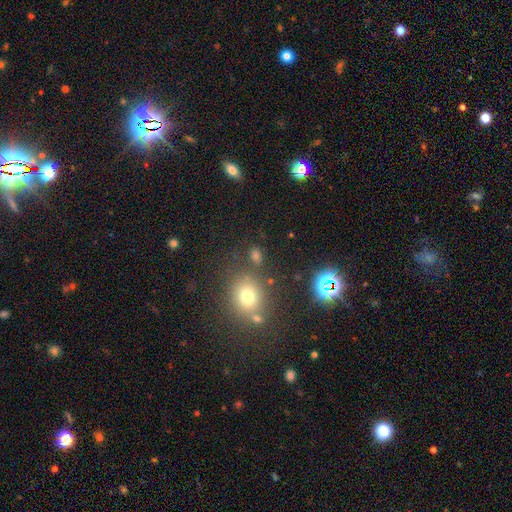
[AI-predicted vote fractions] A smooth galaxy with no disk features (58%) that is round (54%).

Vote fractions:
- Smooth or featured? smooth: 58% / star or artifact: 33% / featured or disk: 9%
- How rounded? round: 54% / in between: 42% / cigar-shaped: 4%
- Merging? none: 74% / minor disturbance: 11% / merger: 9% / major disturbance: 5%